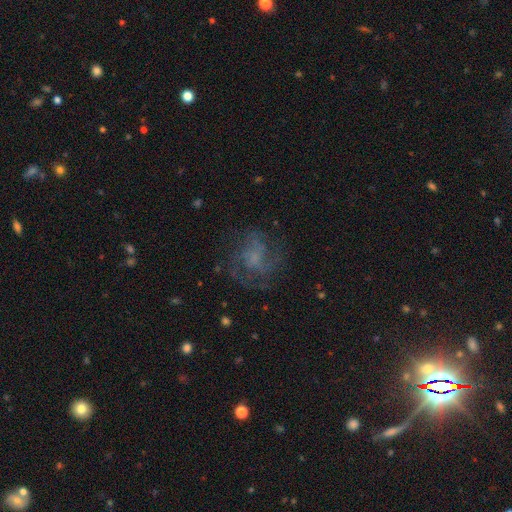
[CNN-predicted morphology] type=featured or disk (62%); edge-on=no (98%); bar=no (70%); spiral arms=yes (81%); bulge=none (43%); merging=none (64%).